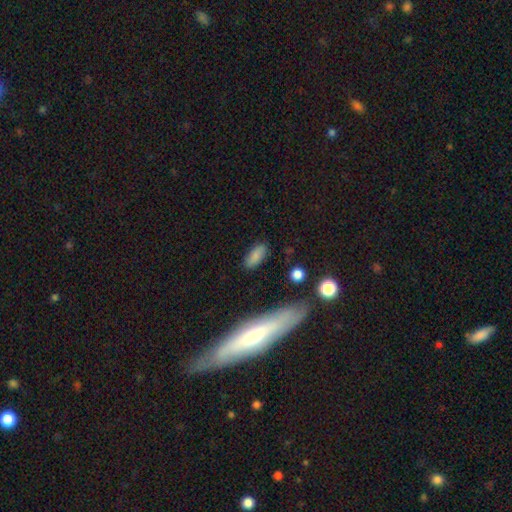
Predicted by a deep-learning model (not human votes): This is clearly a smooth galaxy (84%). How rounded: clearly in between (86%). Merging: clearly none (84%).